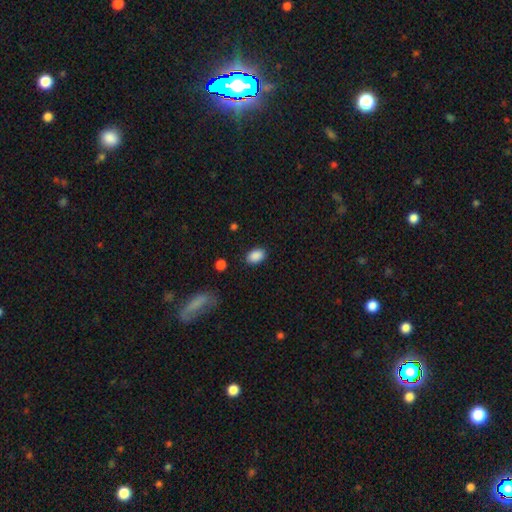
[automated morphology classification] Smooth or featured?
  - smooth: 89% *
  - star or artifact: 8%
  - featured or disk: 4%
How rounded?
  - in between: 86% *
  - round: 12%
  - cigar-shaped: 1%
Merging?
  - none: 84% *
  - minor disturbance: 11%
  - major disturbance: 3%
  - merger: 2%